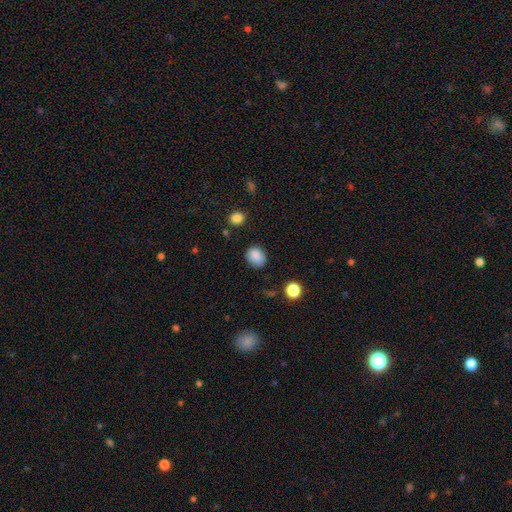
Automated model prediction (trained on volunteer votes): Smooth or featured?
  - smooth: 86% *
  - star or artifact: 10%
  - featured or disk: 4%
How rounded?
  - round: 61% *
  - in between: 38%
  - cigar-shaped: 1%
Merging?
  - none: 77% *
  - minor disturbance: 17%
  - major disturbance: 4%
  - merger: 2%